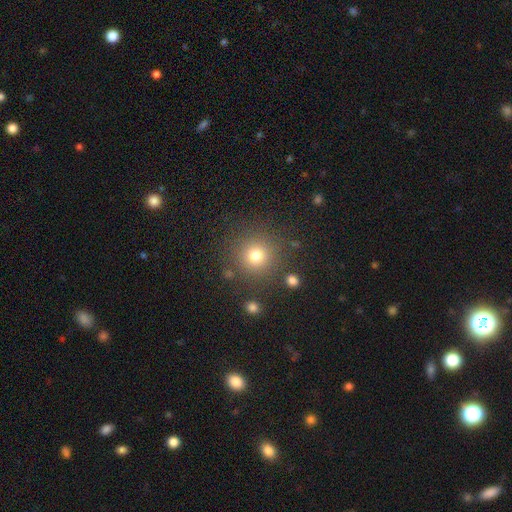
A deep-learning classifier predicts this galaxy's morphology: Smooth or featured? smooth (76%)
How rounded? round (94%)
Merging? none (86%)